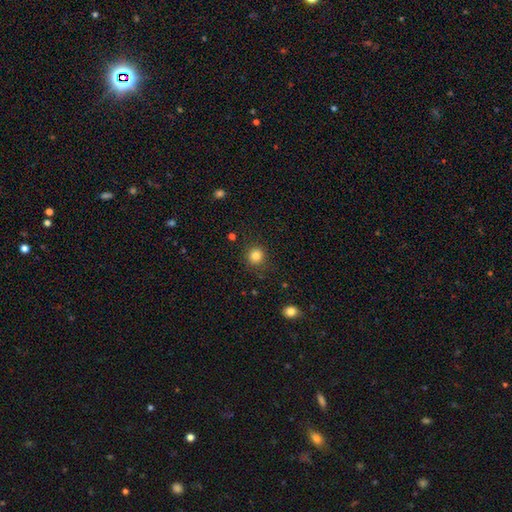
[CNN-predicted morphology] Overall: smooth (83%). How rounded: round (91%). Merging: none (88%).